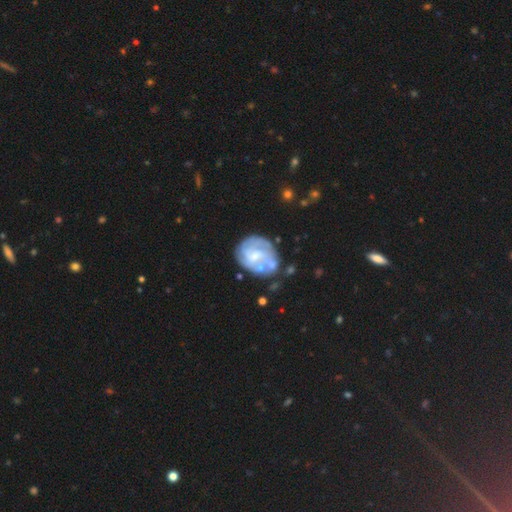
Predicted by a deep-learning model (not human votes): smooth_or_featured: featured or disk (p=0.70) [alt: smooth p=0.24]
disk_edge_on: no (p=0.98) [alt: yes p=0.02]
bar: no (p=0.54) [alt: weak p=0.38]
has_spiral_arms: yes (p=0.69) [alt: no p=0.31]
bulge_size: small (p=0.47) [alt: moderate p=0.32]
merging: none (p=0.57) [alt: minor disturbance p=0.21]